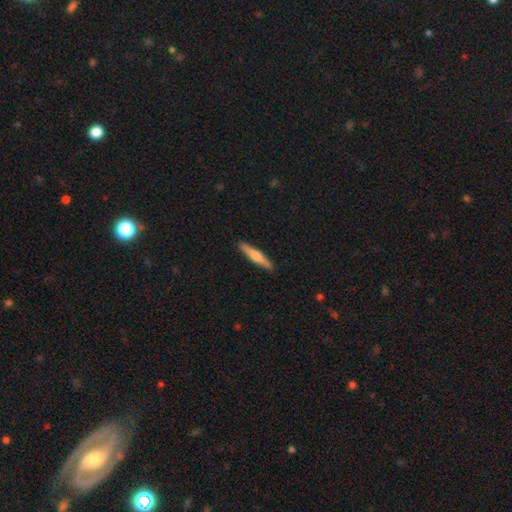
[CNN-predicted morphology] Smooth or featured?
  - smooth: 49% *
  - featured or disk: 45%
  - star or artifact: 5%
Merging?
  - none: 91% *
  - minor disturbance: 7%
  - major disturbance: 1%
  - merger: 1%